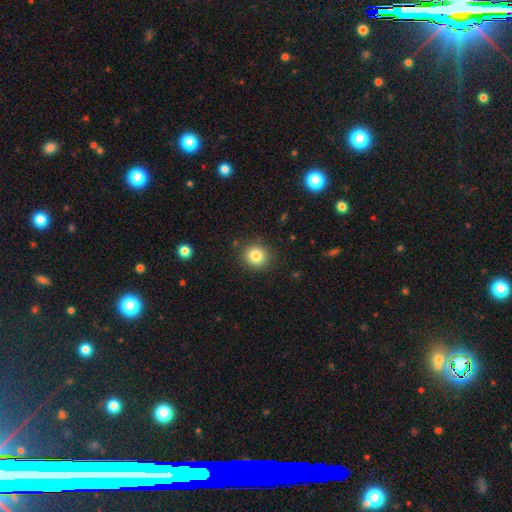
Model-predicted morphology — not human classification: Q: Smooth or featured?
A: smooth (82%); runner-up: star or artifact (11%)
Q: How rounded?
A: round (88%); runner-up: in between (11%)
Q: Merging?
A: none (89%); runner-up: minor disturbance (8%)